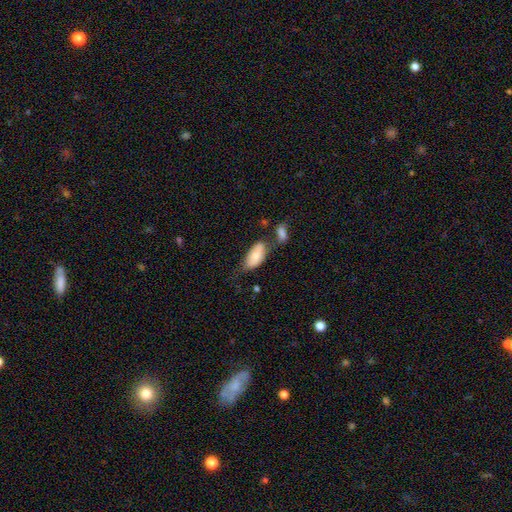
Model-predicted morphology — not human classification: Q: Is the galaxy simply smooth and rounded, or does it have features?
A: smooth — 74%.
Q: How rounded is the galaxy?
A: in between — 91%.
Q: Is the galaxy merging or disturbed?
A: none — 41%.